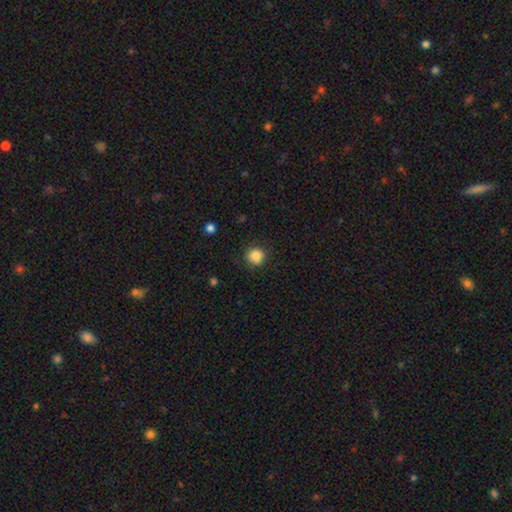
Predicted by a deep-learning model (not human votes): This appears to be a smooth galaxy with no disk features (84%) that is round (88%). Merging: none (85%).